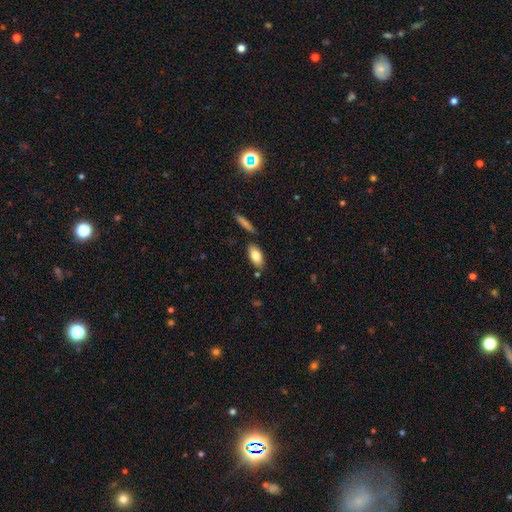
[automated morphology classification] This appears to be a smooth galaxy with no disk features (82%) that is in between round and cigar-shaped (90%). Merging: none (80%).